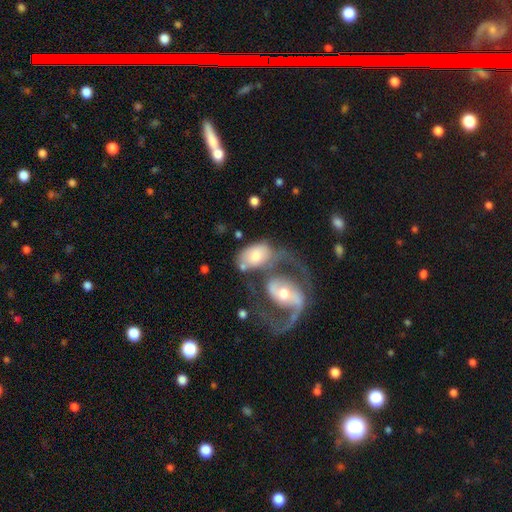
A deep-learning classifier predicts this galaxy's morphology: Smooth or featured: smooth — 50% (featured or disk — 44%)
How rounded: in between — 85% (round — 14%)
Merging: merger — 51% (none — 19%)